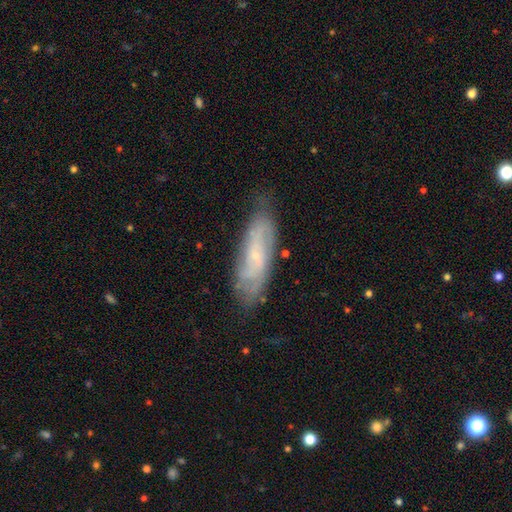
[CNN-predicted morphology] featured or disk 65%, smooth 28%, star or artifact 7%. Down the decision tree: edge-on disk — no (81%); bar — no (56%); spiral arms — yes (85%); bulge size — small (75%); merging — none (73%).